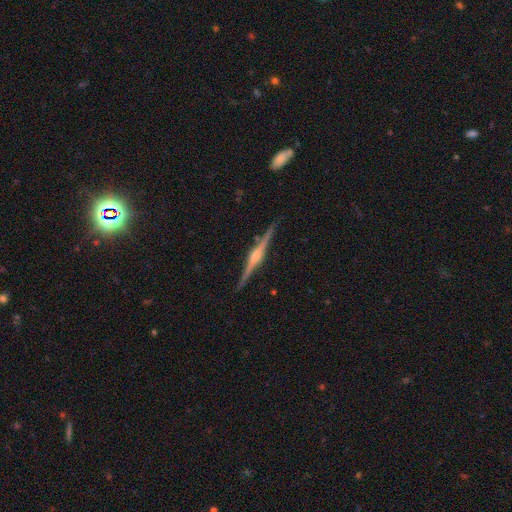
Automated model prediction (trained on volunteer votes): Overall: featured or disk (85%). Edge-on disk: yes (98%). Edge-on bulge: rounded (84%). Merging: none (89%).